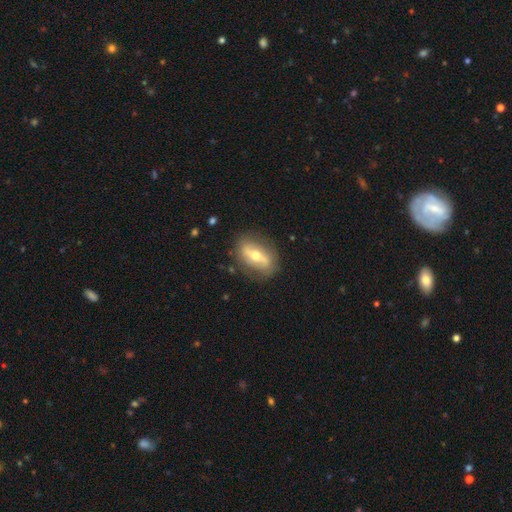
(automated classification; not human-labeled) A featured or disk galaxy (65%) with a strong bar (55%), no spiral arms (52%) and a moderate central bulge (71%).

Vote fractions:
- Smooth or featured? featured or disk: 65% / smooth: 28% / star or artifact: 6%
- Edge-on disk? no: 78% / yes: 22%
- Bar? strong: 55% / weak: 25% / no: 21%
- Spiral arms? no: 52% / yes: 48%
- Bulge size? moderate: 71% / small: 20% / large: 7% / dominant: 1% / none: 1%
- Merging? none: 81% / minor disturbance: 13% / major disturbance: 4% / merger: 2%